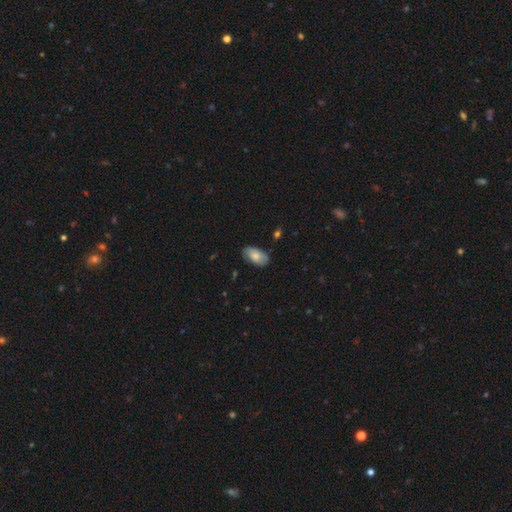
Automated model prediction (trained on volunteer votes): smooth 74%, featured or disk 20%, star or artifact 6%. Down the decision tree: how rounded — in between (94%); merging — none (78%).